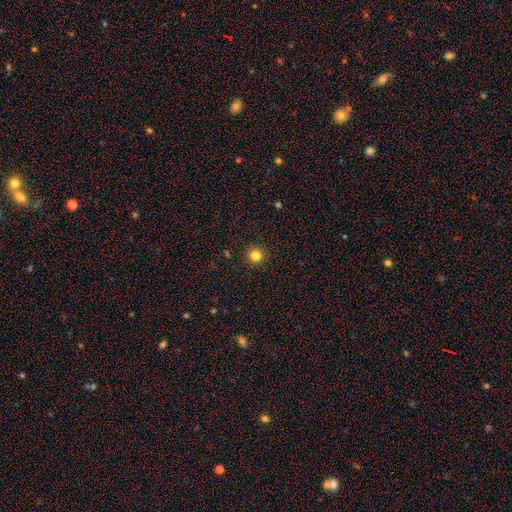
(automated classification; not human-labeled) Smooth or featured?
  - smooth: 82% *
  - star or artifact: 13%
  - featured or disk: 5%
How rounded?
  - round: 95% *
  - in between: 4%
  - cigar-shaped: 1%
Merging?
  - none: 93% *
  - minor disturbance: 4%
  - major disturbance: 2%
  - merger: 1%